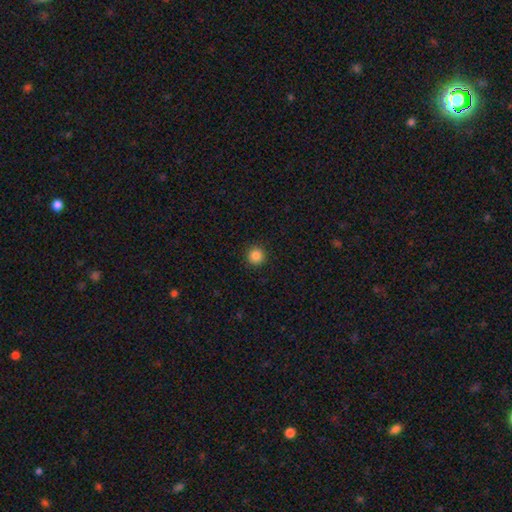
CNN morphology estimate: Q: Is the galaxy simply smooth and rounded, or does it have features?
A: smooth — 86%.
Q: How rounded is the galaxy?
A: round — 95%.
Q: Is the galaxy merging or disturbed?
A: none — 93%.